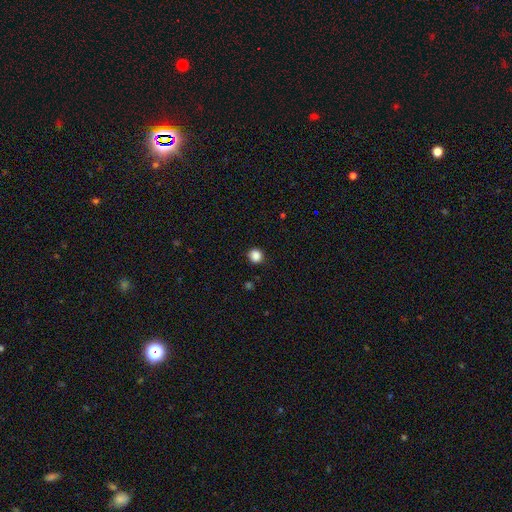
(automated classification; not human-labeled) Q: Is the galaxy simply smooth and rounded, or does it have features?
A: smooth — 87%.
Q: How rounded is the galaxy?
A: round — 86%.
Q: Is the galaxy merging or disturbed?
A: none — 89%.